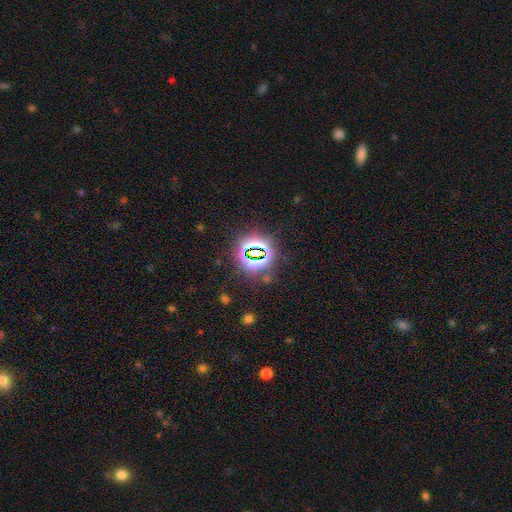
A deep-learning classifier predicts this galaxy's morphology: The model was most divided on "smooth or featured": star or artifact: 77%, smooth: 14%, featured or disk: 8%.